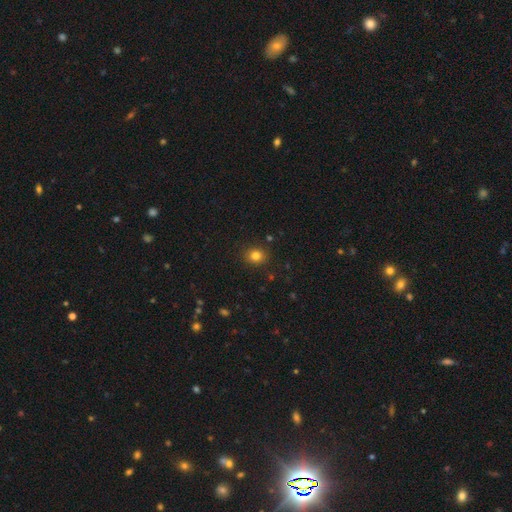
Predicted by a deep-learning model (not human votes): The model was most divided on "how rounded": round: 74%, in between: 25%, cigar-shaped: 1%. More confident: merging — none (89%); smooth or featured — smooth (80%).